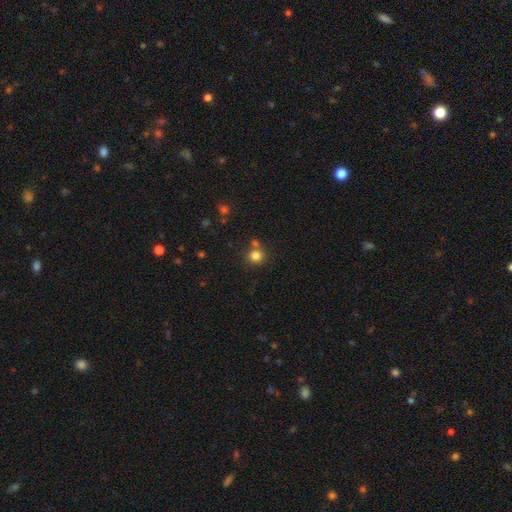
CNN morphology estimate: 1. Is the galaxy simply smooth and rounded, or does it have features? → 81% smooth, 13% star or artifact, 6% featured or disk.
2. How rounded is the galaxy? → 90% round, 9% in between, 1% cigar-shaped.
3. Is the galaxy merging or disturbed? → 68% none, 20% merger, 9% minor disturbance, 3% major disturbance.